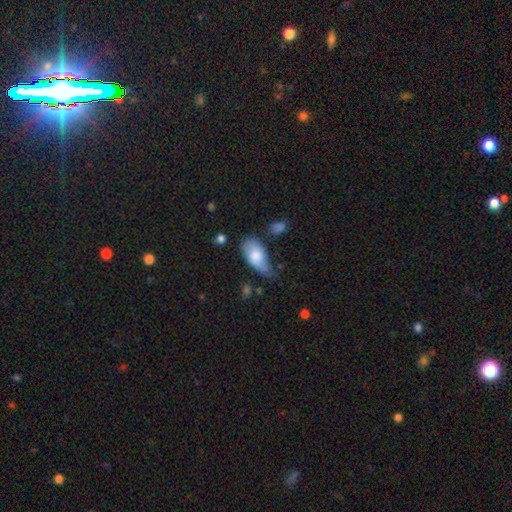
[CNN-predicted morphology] Q: Smooth or featured?
A: smooth (74%); runner-up: featured or disk (20%)
Q: How rounded?
A: in between (92%); runner-up: cigar-shaped (5%)
Q: Merging?
A: minor disturbance (44%); runner-up: none (35%)